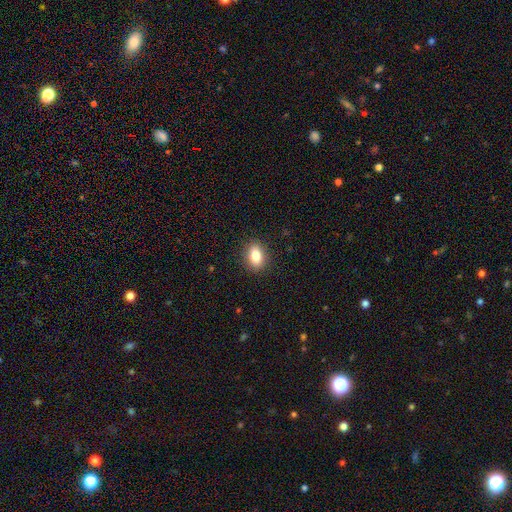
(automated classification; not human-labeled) Smooth or featured? Predicted: smooth (p=0.84). How rounded? Predicted: in between (p=0.79). Merging? Predicted: none (p=0.89).